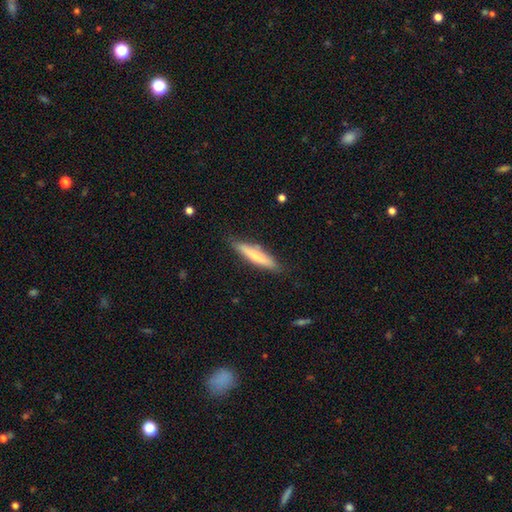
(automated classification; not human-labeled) This is likely a smooth galaxy (63%). How rounded: clearly cigar-shaped (87%). Merging: clearly none (83%).